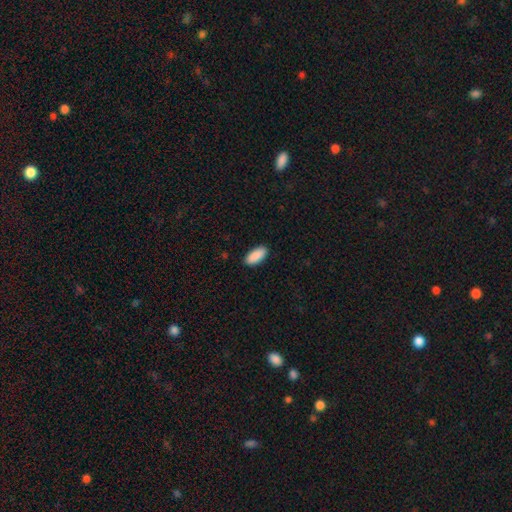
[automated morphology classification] A smooth galaxy with no disk features (92%) that is in between round and cigar-shaped (90%). Merging: none (90%).